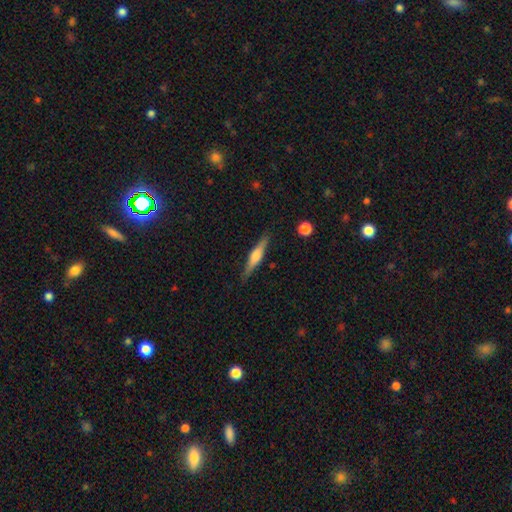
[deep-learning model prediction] A featured or disk galaxy (59%) viewed edge-on (97%) with a rounded central bulge (77%).

Vote fractions:
- Smooth or featured? featured or disk: 59% / smooth: 35% / star or artifact: 6%
- Edge-on disk? yes: 97% / no: 3%
- Edge-on bulge? rounded: 77% / boxy: 17% / none: 7%
- Merging? none: 87% / minor disturbance: 10% / major disturbance: 2% / merger: 2%